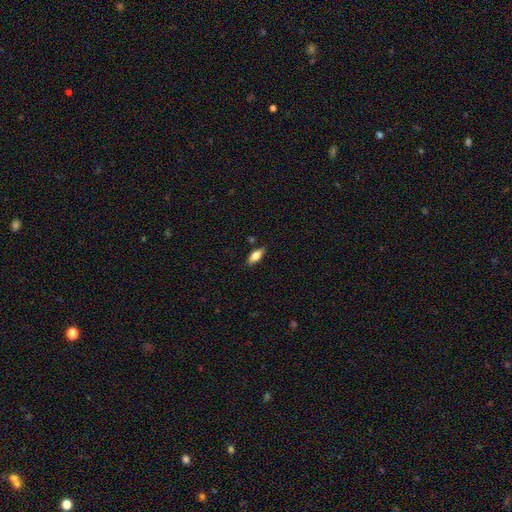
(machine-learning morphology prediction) smooth 69%, featured or disk 24%, star or artifact 7%. Down the decision tree: how rounded — in between (76%); merging — none (84%).